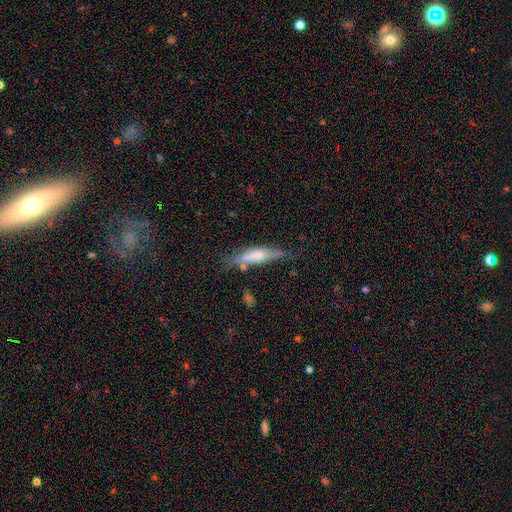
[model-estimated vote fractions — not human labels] Overall: smooth (55%; featured or disk 38%). How rounded: cigar-shaped (78%). Merging: none (68%).